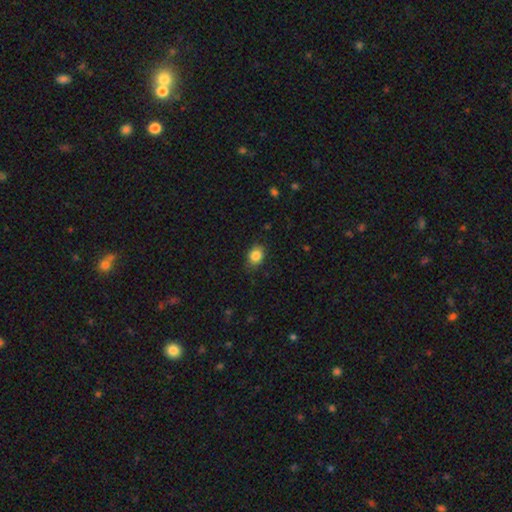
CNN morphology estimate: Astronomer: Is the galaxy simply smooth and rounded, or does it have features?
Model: smooth — 85%.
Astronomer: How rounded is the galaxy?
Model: in between — 56% (runner-up: round, 43%).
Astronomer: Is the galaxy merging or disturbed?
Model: none — 82%.